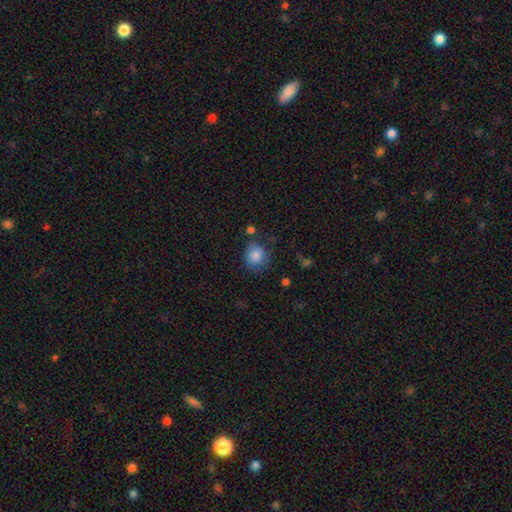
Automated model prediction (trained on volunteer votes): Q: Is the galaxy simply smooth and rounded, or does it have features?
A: smooth — 82%.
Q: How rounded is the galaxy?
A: round — 77%.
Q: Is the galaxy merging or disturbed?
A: none — 62%.